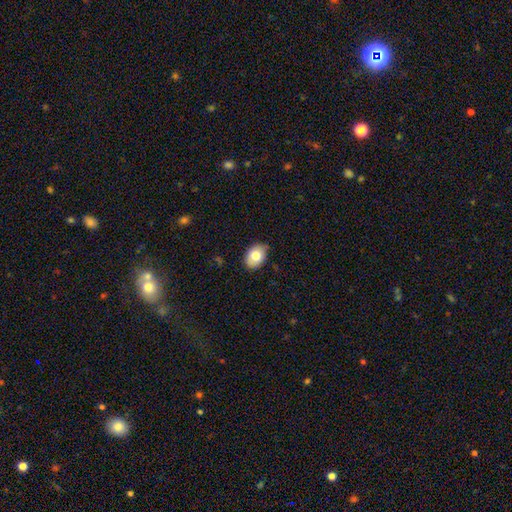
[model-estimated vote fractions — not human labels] Morphology: type=smooth (78%); roundness=in between (77%); merging=none (79%).